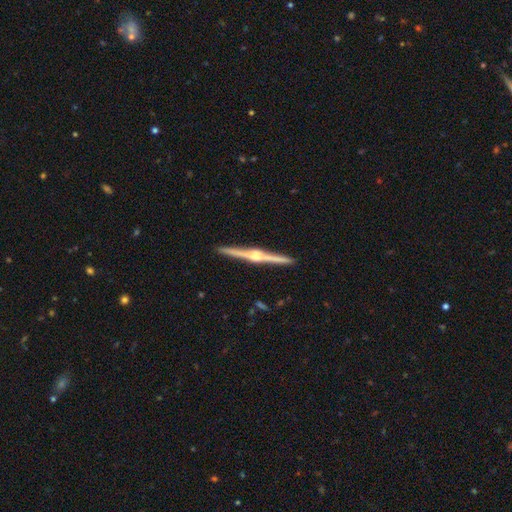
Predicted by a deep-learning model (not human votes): A featured or disk galaxy (88%) viewed edge-on (99%) with a rounded central bulge (90%).

Vote fractions:
- Smooth or featured? featured or disk: 88% / smooth: 8% / star or artifact: 4%
- Edge-on disk? yes: 99% / no: 1%
- Edge-on bulge? rounded: 90% / boxy: 6% / none: 4%
- Merging? none: 93% / minor disturbance: 5% / major disturbance: 1% / merger: 1%